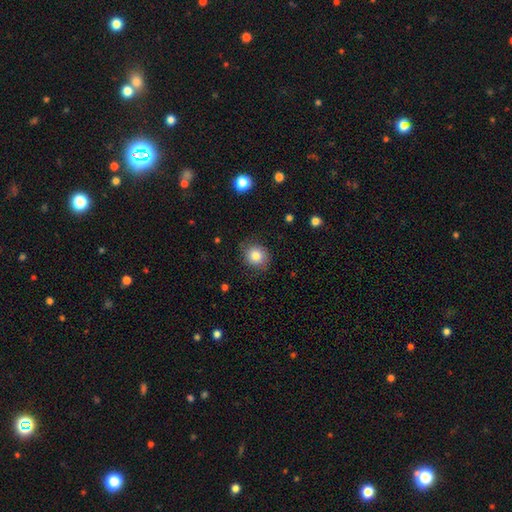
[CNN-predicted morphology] Smooth or featured?
  - smooth: 83% *
  - star or artifact: 9%
  - featured or disk: 8%
How rounded?
  - round: 76% *
  - in between: 23%
  - cigar-shaped: 1%
Merging?
  - none: 80% *
  - minor disturbance: 15%
  - major disturbance: 4%
  - merger: 1%